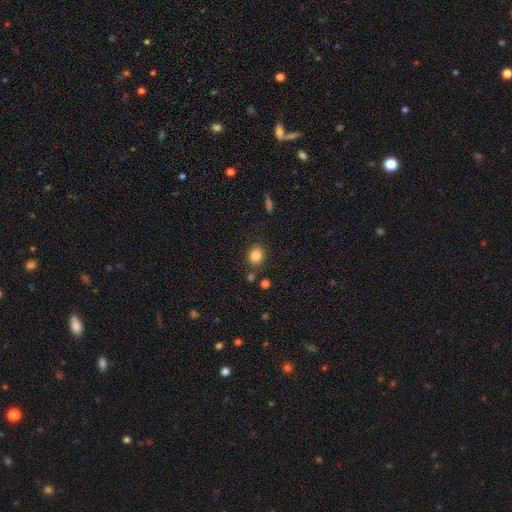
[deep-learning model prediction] This is clearly a smooth galaxy (83%). How rounded: possibly round (57%). Merging: clearly none (81%).